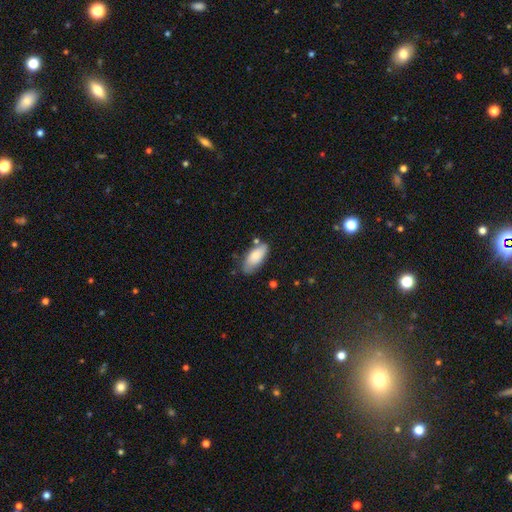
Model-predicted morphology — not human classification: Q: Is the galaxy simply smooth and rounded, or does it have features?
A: smooth — 80%.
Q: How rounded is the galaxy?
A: in between — 86%.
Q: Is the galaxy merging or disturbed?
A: none — 68%.